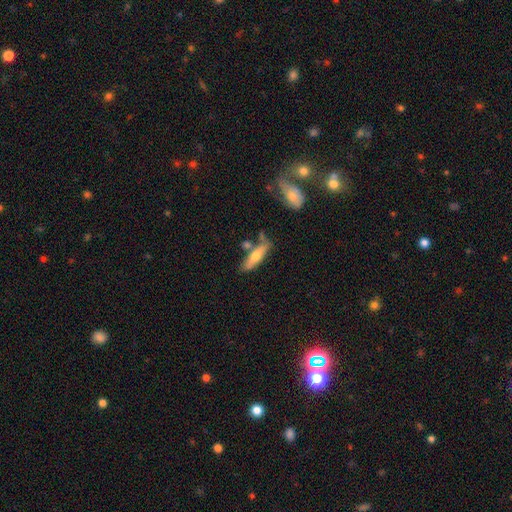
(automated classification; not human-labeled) This is possibly a smooth galaxy (57%). How rounded: likely cigar-shaped (62%). Merging: likely none (63%).